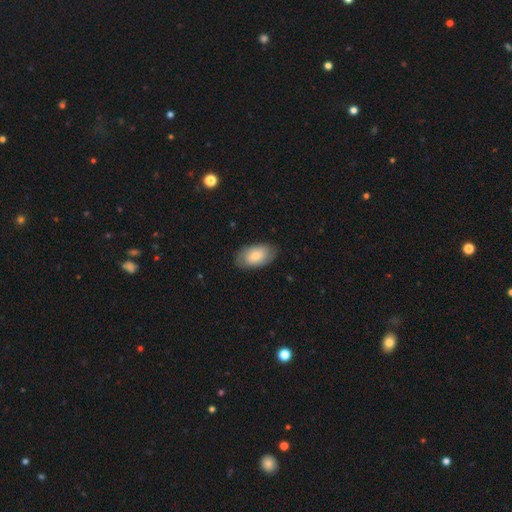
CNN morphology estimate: Smooth or featured: smooth — 69% (featured or disk — 25%)
How rounded: in between — 94% (round — 4%)
Merging: none — 81% (minor disturbance — 14%)